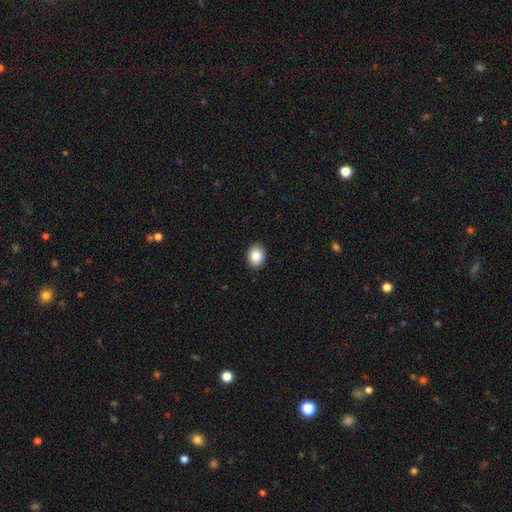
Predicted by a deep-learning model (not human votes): Q: Smooth or featured?
A: smooth (85%); runner-up: star or artifact (8%)
Q: How rounded?
A: in between (58%); runner-up: round (41%)
Q: Merging?
A: none (91%); runner-up: minor disturbance (6%)